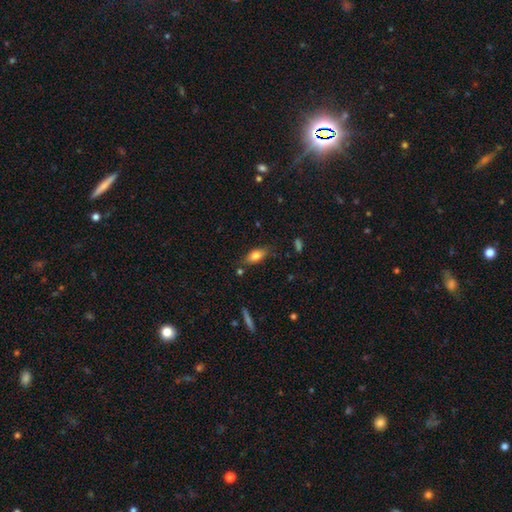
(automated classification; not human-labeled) This is likely a smooth galaxy (78%). How rounded: clearly in between (84%). Merging: likely none (76%).